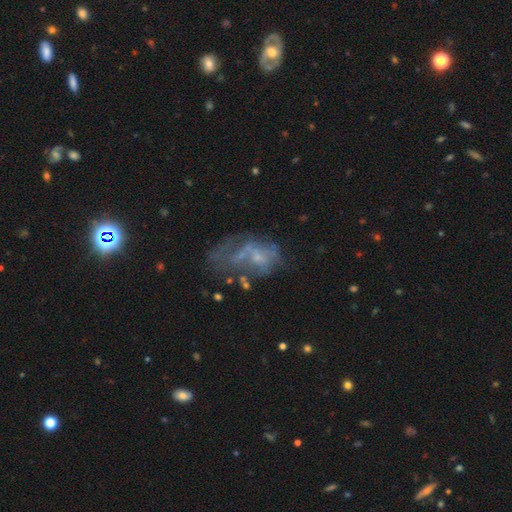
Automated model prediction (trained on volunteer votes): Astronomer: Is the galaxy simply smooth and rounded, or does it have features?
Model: featured or disk — 55%.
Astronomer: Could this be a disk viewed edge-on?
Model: no — 96%.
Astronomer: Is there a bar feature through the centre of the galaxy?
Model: no — 79%.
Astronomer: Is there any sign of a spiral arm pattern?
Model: no — 79%.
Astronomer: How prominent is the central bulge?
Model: small — 45% (runner-up: none, 38%).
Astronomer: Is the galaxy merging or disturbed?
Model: major disturbance — 39% (runner-up: none, 29%).